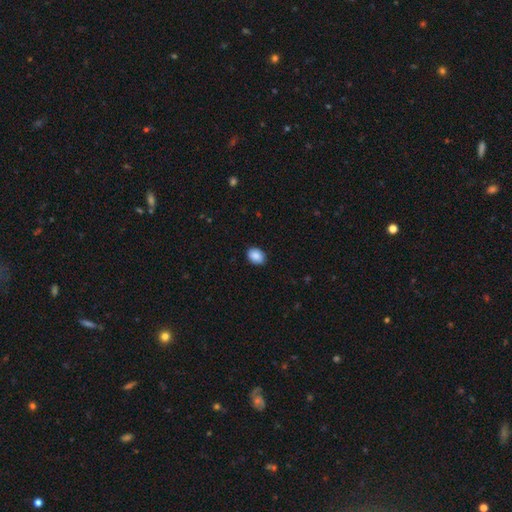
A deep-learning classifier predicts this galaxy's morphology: Smooth or featured? smooth (89%)
How rounded? in between (60%)
Merging? none (88%)